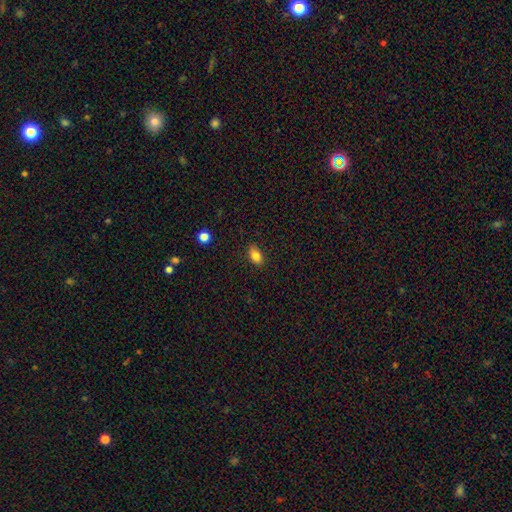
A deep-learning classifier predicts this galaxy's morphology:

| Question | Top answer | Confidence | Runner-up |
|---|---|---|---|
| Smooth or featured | smooth | 83% | star or artifact (9%) |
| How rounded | in between | 86% | round (12%) |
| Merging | none | 86% | minor disturbance (11%) |